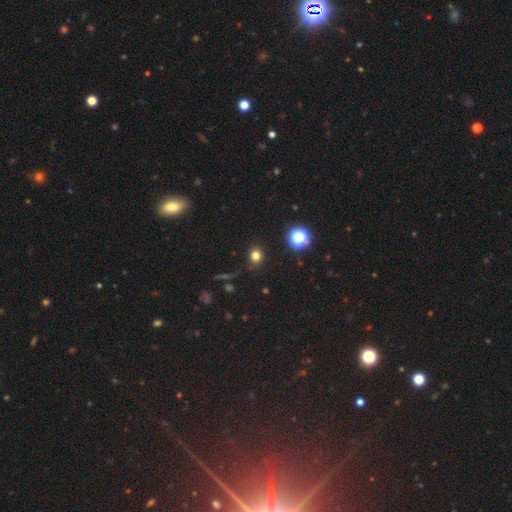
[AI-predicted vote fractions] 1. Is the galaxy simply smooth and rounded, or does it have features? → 76% smooth, 18% star or artifact, 6% featured or disk.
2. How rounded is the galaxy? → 79% round, 20% in between, 1% cigar-shaped.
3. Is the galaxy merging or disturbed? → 87% none, 9% minor disturbance, 3% major disturbance, 2% merger.